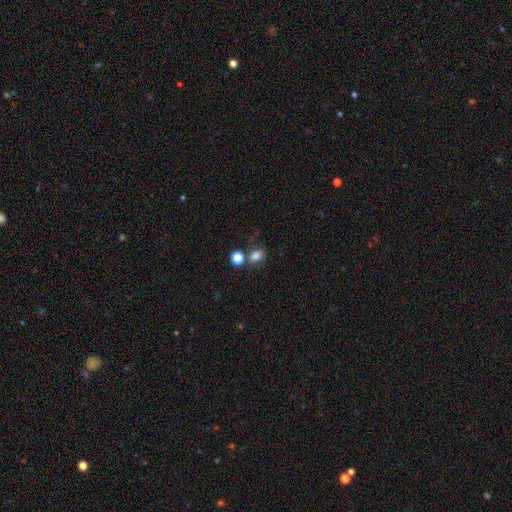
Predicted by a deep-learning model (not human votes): Smooth or featured? Predicted: smooth (p=0.79). How rounded? Predicted: round (p=0.58). Merging? Predicted: none (p=0.63).